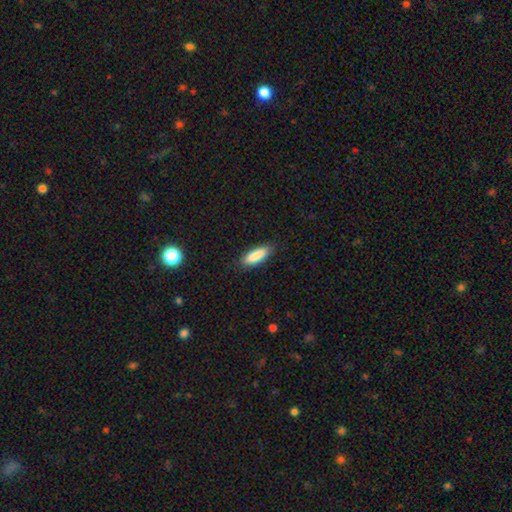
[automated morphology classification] Smooth or featured? smooth (88%)
How rounded? in between (57%)
Merging? none (84%)